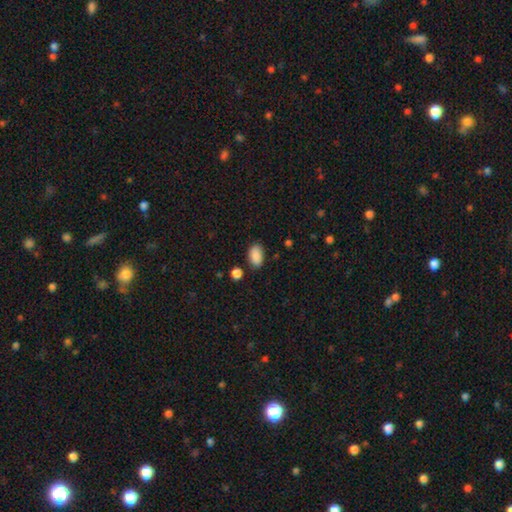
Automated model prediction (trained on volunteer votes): smooth 89%, star or artifact 7%, featured or disk 4%. Down the decision tree: how rounded — in between (91%); merging — none (81%).